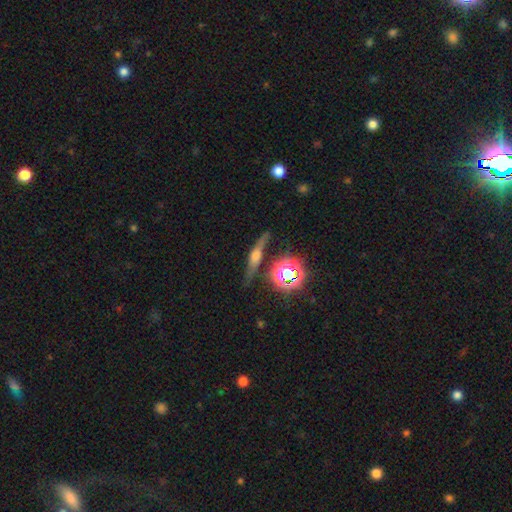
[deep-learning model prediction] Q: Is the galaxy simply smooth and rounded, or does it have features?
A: featured or disk — 54%.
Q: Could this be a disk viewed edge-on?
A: yes — 88%.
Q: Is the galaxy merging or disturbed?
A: none — 72%.